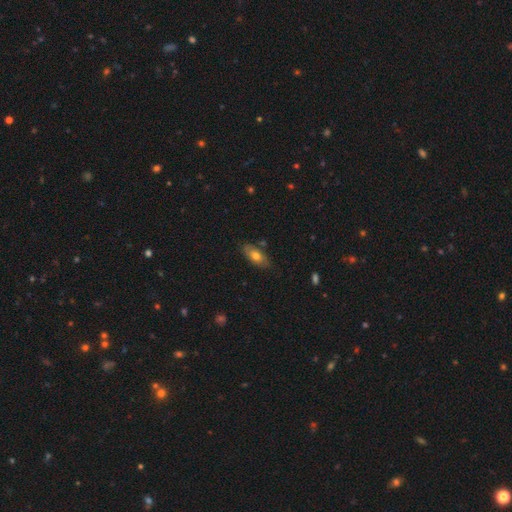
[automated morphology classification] smooth 67%, featured or disk 26%, star or artifact 7%. Down the decision tree: how rounded — in between (87%); merging — none (78%).